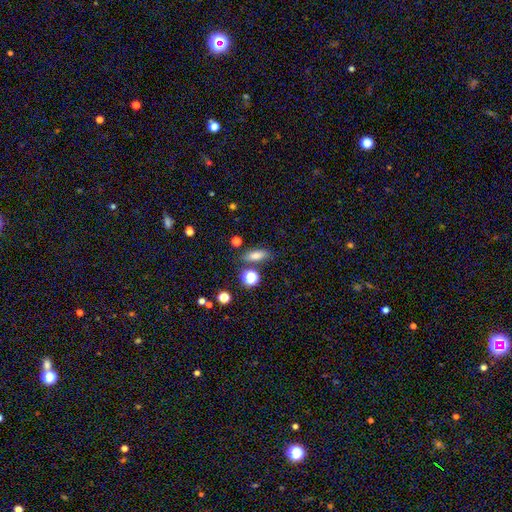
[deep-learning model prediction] The model was most divided on "how rounded": in between: 68%, cigar-shaped: 23%, round: 10%. More confident: merging — none (76%); smooth or featured — smooth (76%).